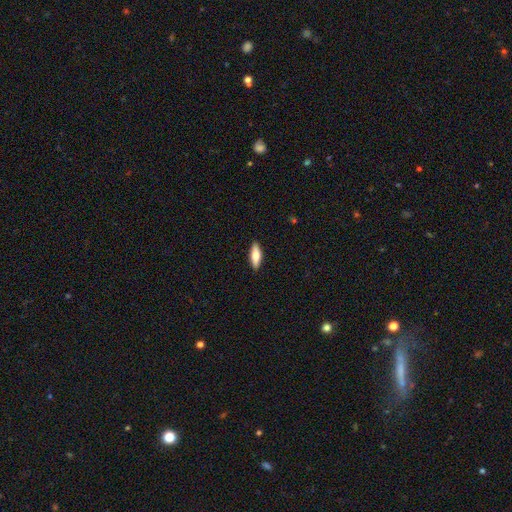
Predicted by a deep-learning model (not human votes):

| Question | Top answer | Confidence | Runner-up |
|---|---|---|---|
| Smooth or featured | smooth | 68% | featured or disk (26%) |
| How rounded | in between | 54% | cigar-shaped (44%) |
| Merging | none | 90% | minor disturbance (7%) |